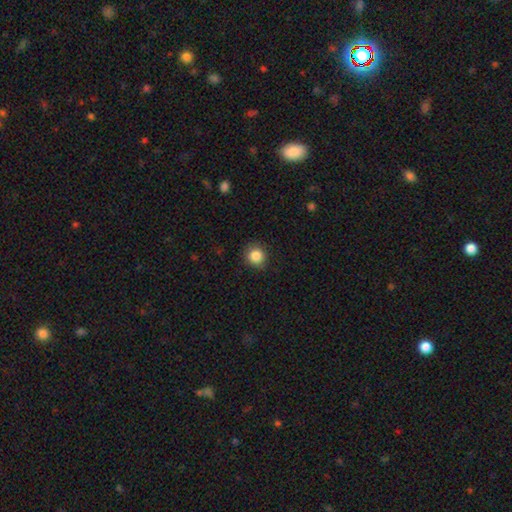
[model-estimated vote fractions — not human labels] Smooth or featured? Predicted: smooth (p=0.86). How rounded? Predicted: round (p=0.90). Merging? Predicted: none (p=0.87).